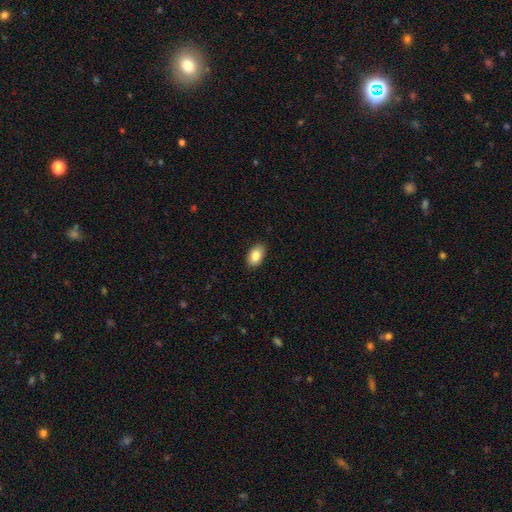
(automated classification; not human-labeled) smooth-or-featured: smooth: 84% | featured or disk: 9% | star or artifact: 7%
  how-rounded: in between: 90% | round: 9% | cigar-shaped: 1%
  merging: none: 89% | minor disturbance: 8% | major disturbance: 2% | merger: 1%